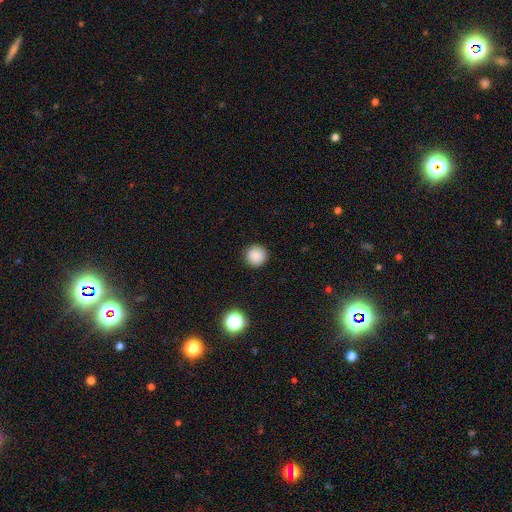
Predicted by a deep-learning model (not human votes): Morphology: type=smooth (87%); roundness=round (96%); merging=none (92%).